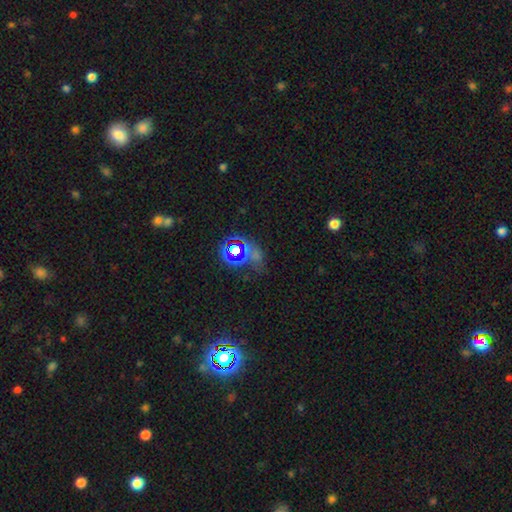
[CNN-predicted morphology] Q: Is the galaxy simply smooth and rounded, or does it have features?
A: star or artifact — 60%.